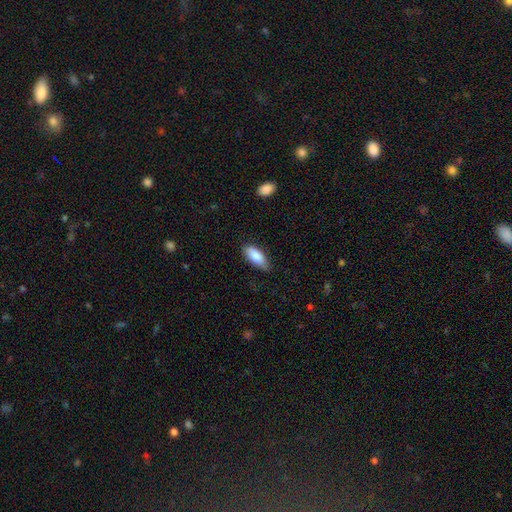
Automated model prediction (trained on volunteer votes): Q: Smooth or featured?
A: smooth (85%); runner-up: featured or disk (9%)
Q: How rounded?
A: in between (83%); runner-up: cigar-shaped (15%)
Q: Merging?
A: none (76%); runner-up: minor disturbance (19%)